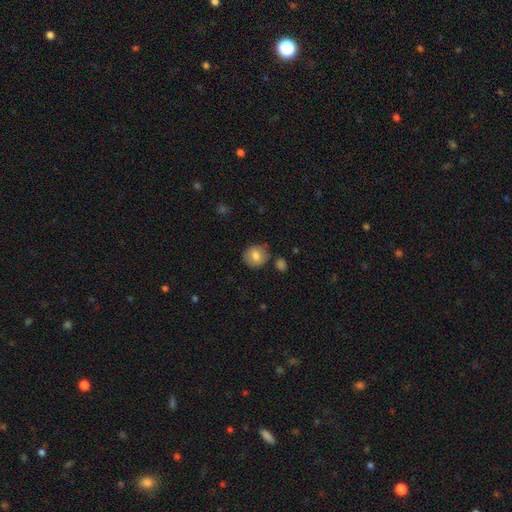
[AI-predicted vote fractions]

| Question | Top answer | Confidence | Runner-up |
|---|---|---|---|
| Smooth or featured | smooth | 78% | featured or disk (13%) |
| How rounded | round | 85% | in between (14%) |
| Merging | none | 80% | minor disturbance (13%) |